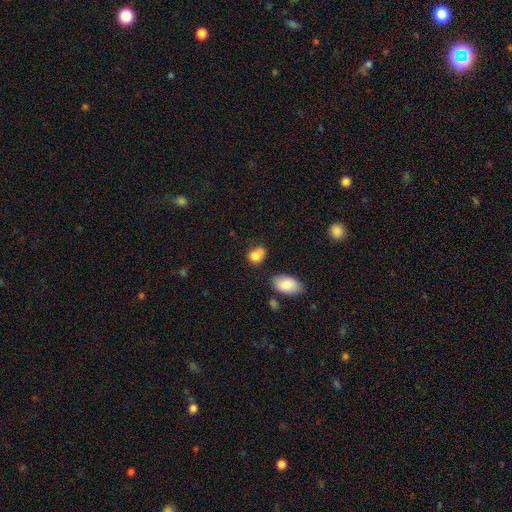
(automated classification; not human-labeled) Overall: smooth (82%). How rounded: in between (61%; round 38%). Merging: none (47%; minor disturbance 30%).